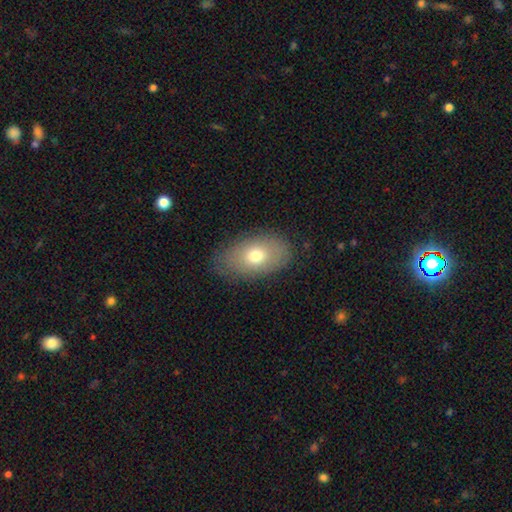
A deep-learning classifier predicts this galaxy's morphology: Overall: smooth (71%). How rounded: in between (91%). Merging: none (81%).